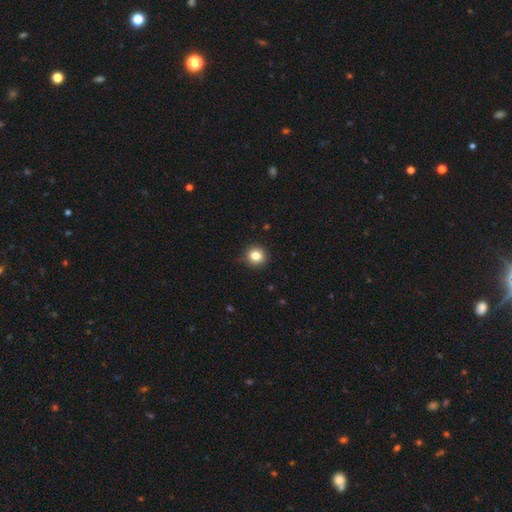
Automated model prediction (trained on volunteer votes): This appears to be a smooth galaxy with no disk features (83%) that is round (86%). Merging: none (87%).